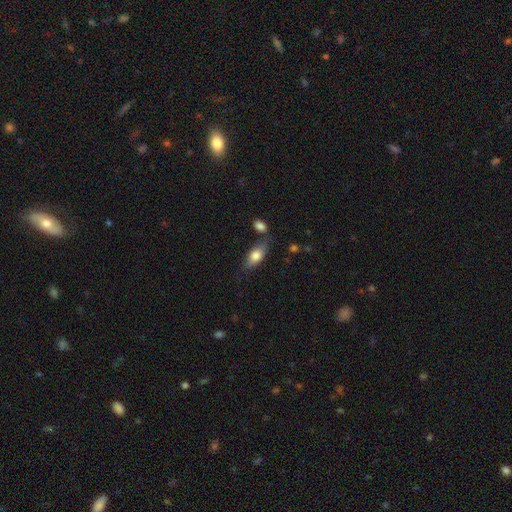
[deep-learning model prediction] smooth-or-featured: smooth: 75% | featured or disk: 18% | star or artifact: 6%
  how-rounded: in between: 83% | cigar-shaped: 13% | round: 4%
  merging: none: 67% | minor disturbance: 18% | merger: 10% | major disturbance: 5%